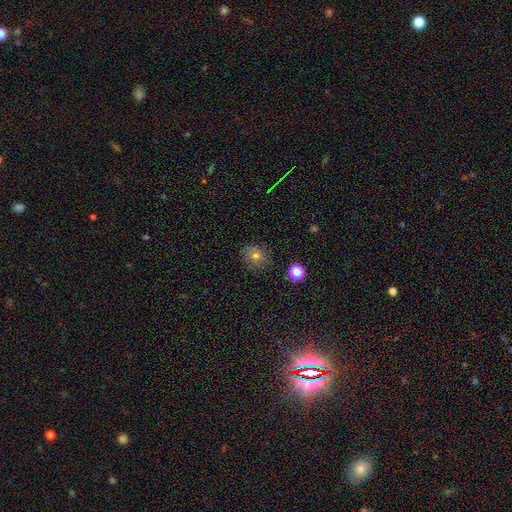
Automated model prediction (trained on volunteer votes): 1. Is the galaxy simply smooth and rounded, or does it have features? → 64% smooth, 21% star or artifact, 15% featured or disk.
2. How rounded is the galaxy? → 74% round, 25% in between, 1% cigar-shaped.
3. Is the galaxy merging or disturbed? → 81% none, 14% minor disturbance, 4% major disturbance, 1% merger.